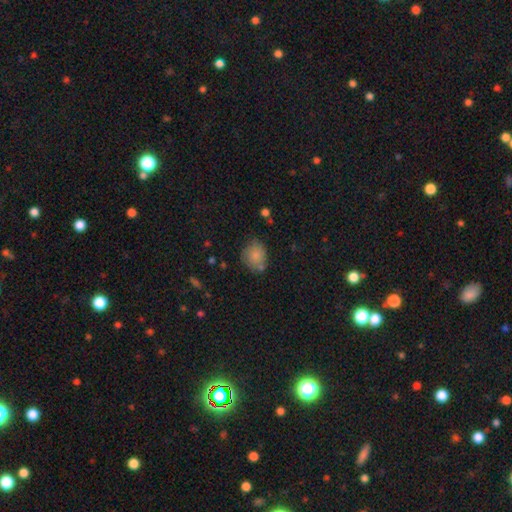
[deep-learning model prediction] This is likely a smooth galaxy (80%). How rounded: likely round (63%). Merging: likely none (62%).